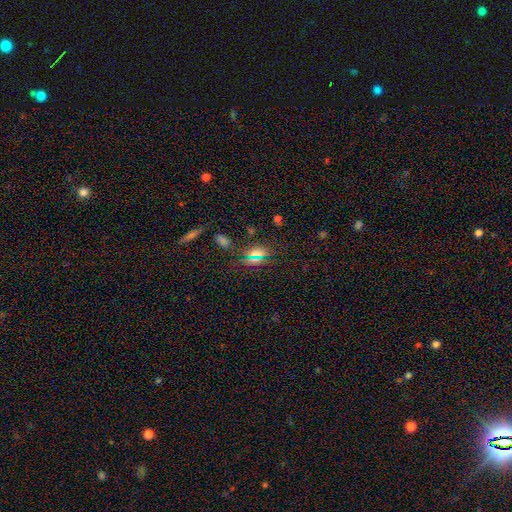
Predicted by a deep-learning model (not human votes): Smooth or featured? Predicted: smooth (p=0.51). How rounded? Predicted: in between (p=0.71). Merging? Predicted: none (p=0.75).